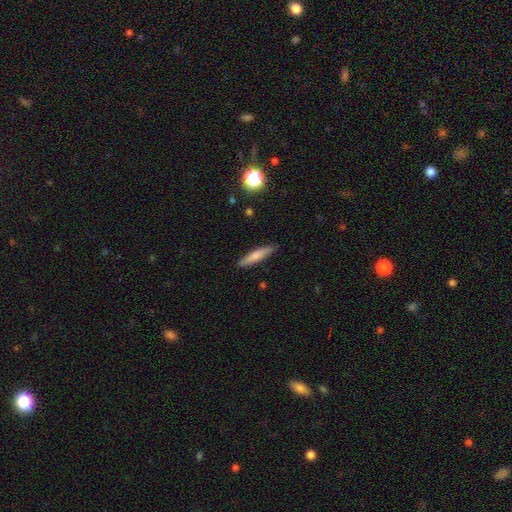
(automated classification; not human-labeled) Overall: smooth (71%). How rounded: cigar-shaped (85%). Merging: none (88%).